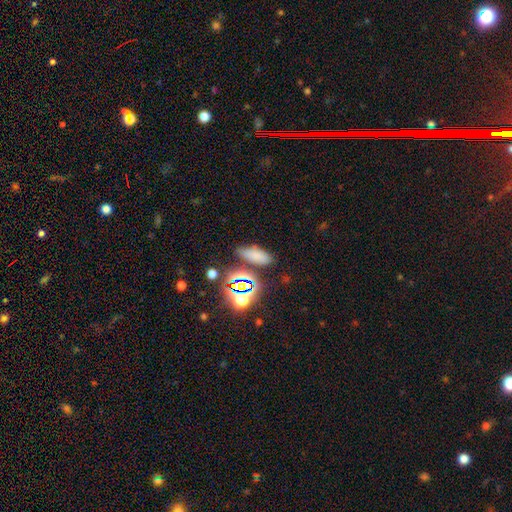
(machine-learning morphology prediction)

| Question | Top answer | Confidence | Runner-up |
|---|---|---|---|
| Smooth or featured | smooth | 67% | star or artifact (24%) |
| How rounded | in between | 70% | cigar-shaped (22%) |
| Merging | none | 76% | minor disturbance (13%) |